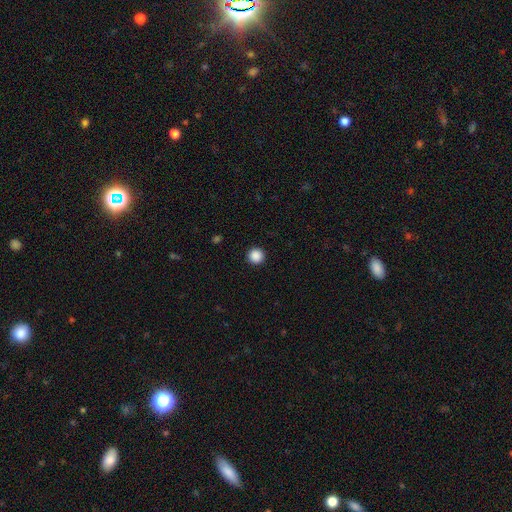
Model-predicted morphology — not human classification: Smooth or featured? smooth (88%)
How rounded? round (96%)
Merging? none (93%)